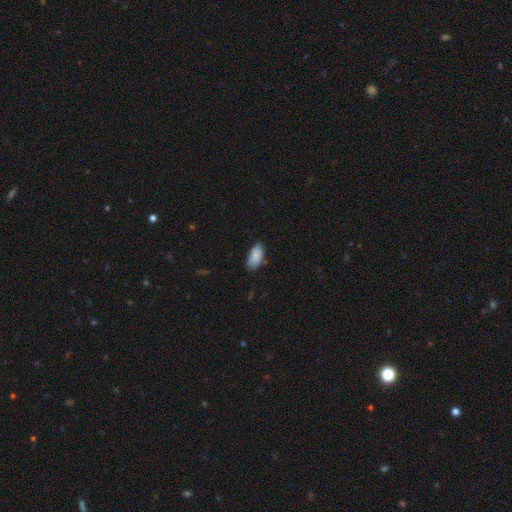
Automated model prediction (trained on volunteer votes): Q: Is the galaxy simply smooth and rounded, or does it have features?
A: smooth — 87%.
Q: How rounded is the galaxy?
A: in between — 93%.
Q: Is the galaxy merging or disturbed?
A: none — 78%.